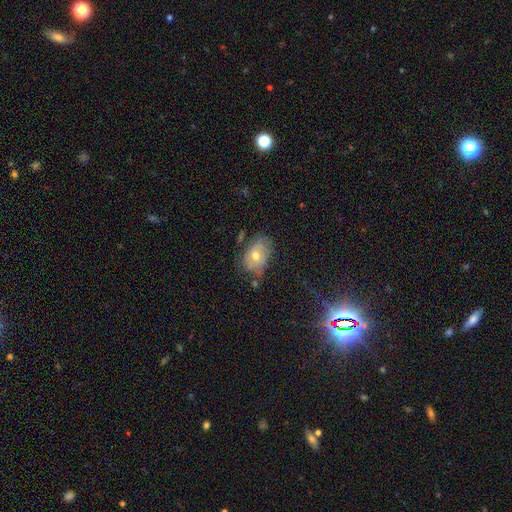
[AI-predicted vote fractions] Q: Smooth or featured?
A: smooth (60%); runner-up: featured or disk (31%)
Q: How rounded?
A: in between (79%); runner-up: round (20%)
Q: Merging?
A: none (55%); runner-up: minor disturbance (30%)